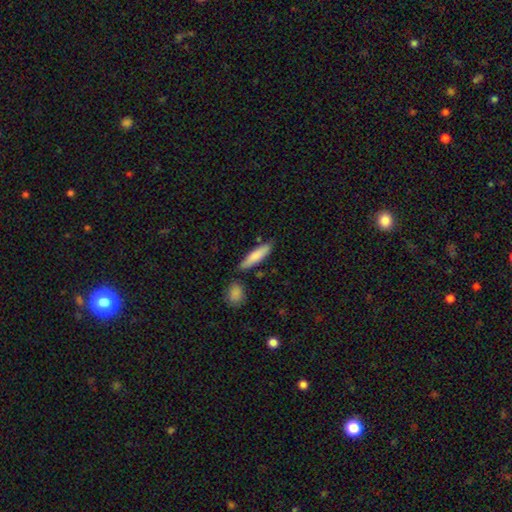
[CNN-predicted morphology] Smooth or featured: smooth — 80% (featured or disk — 14%)
How rounded: cigar-shaped — 70% (in between — 29%)
Merging: none — 77% (minor disturbance — 12%)